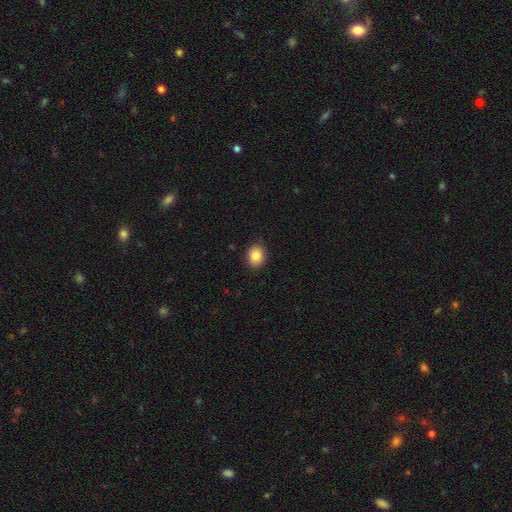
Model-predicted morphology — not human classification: The model was most divided on "how rounded": round: 57%, in between: 42%, cigar-shaped: 1%. More confident: merging — none (88%); smooth or featured — smooth (85%).